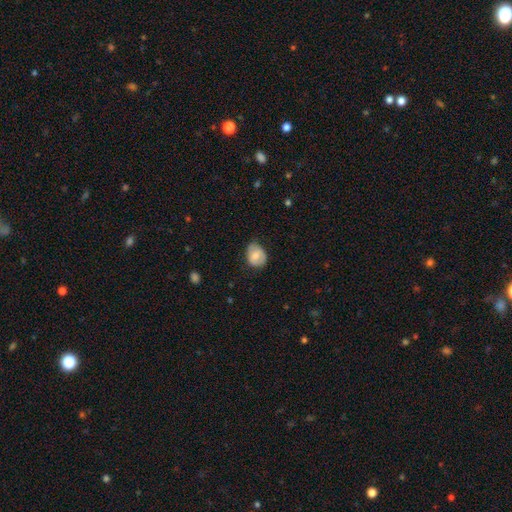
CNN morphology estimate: Smooth or featured? smooth (70%)
How rounded? in between (58%)
Merging? none (60%)